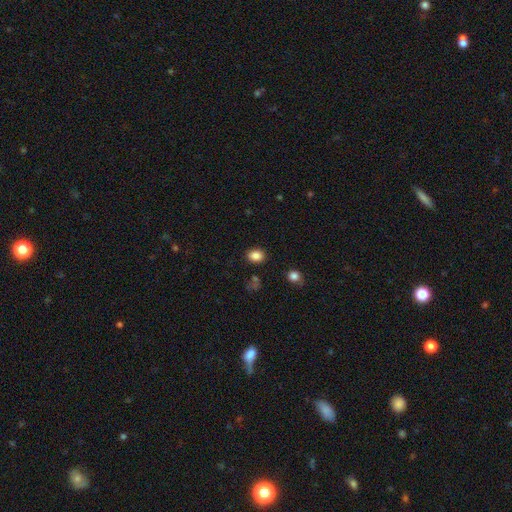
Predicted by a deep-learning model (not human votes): A smooth galaxy with no disk features (86%) that is in between round and cigar-shaped (58%).

Vote fractions:
- Smooth or featured? smooth: 86% / star or artifact: 10% / featured or disk: 4%
- How rounded? in between: 58% / round: 41% / cigar-shaped: 1%
- Merging? none: 86% / minor disturbance: 9% / major disturbance: 3% / merger: 2%